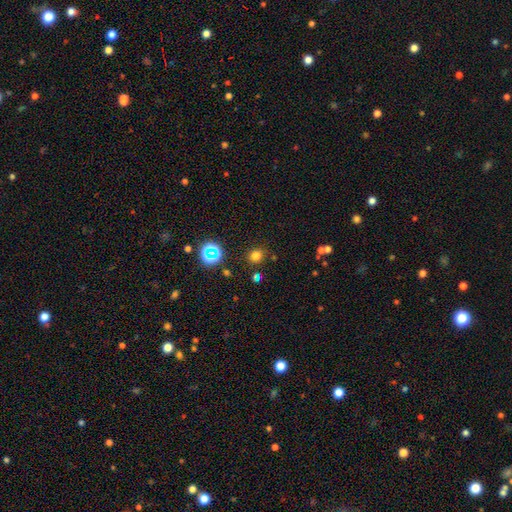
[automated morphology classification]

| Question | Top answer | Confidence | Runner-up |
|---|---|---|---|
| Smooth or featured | smooth | 74% | star or artifact (20%) |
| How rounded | round | 77% | in between (22%) |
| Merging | none | 85% | minor disturbance (9%) |